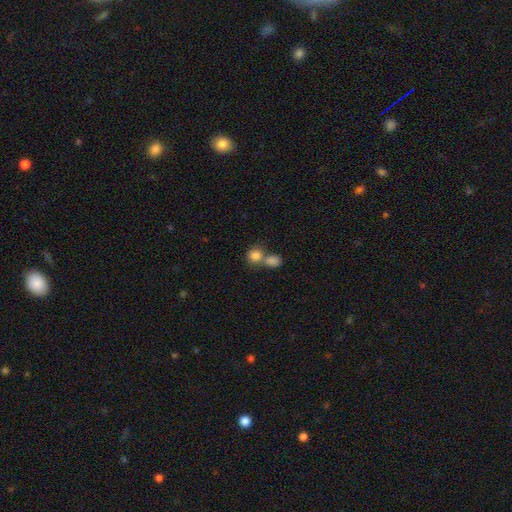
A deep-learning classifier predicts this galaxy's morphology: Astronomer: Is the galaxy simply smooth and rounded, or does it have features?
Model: smooth — 83%.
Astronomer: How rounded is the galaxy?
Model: round — 74%.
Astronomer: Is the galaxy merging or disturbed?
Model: merger — 58%.